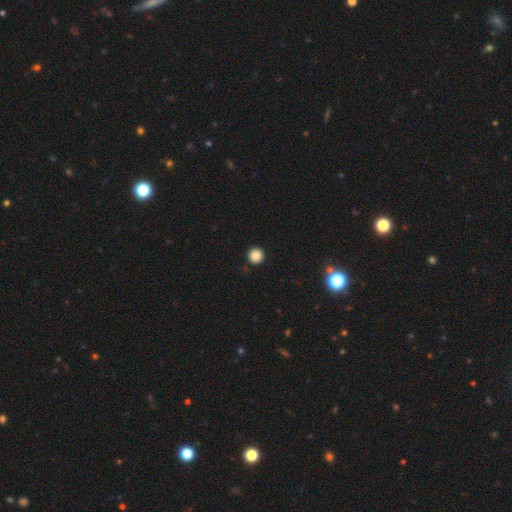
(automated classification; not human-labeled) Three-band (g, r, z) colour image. It shows a smooth galaxy with no disk features (86%) that is round (96%). Merging: none (92%).